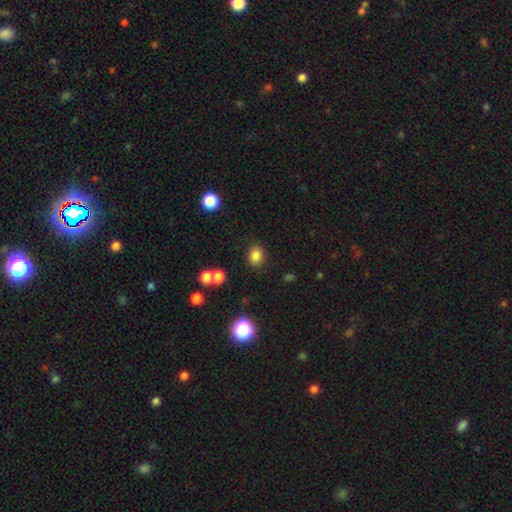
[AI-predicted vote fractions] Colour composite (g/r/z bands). It shows a smooth galaxy with no disk features (82%) that is round (55%). Merging: none (84%).